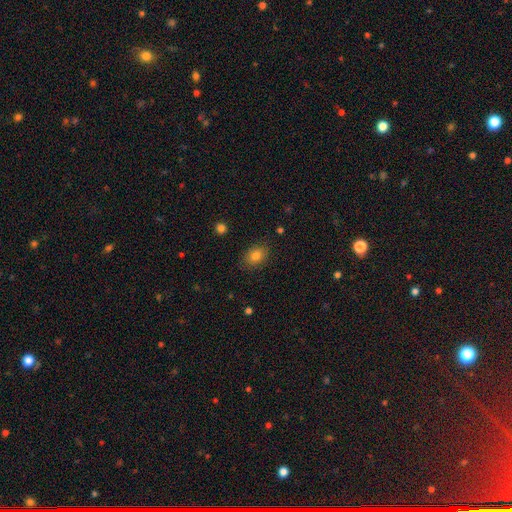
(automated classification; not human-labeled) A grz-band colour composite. It shows a smooth galaxy with no disk features (81%) that is in between round and cigar-shaped (68%). Merging: none (85%).